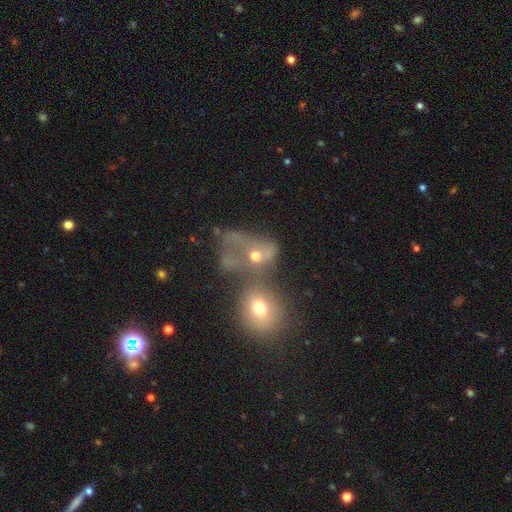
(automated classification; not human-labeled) The model was most divided on "how rounded": round: 54%, in between: 44%, cigar-shaped: 2%. More confident: merging — merger (68%); smooth or featured — smooth (54%).